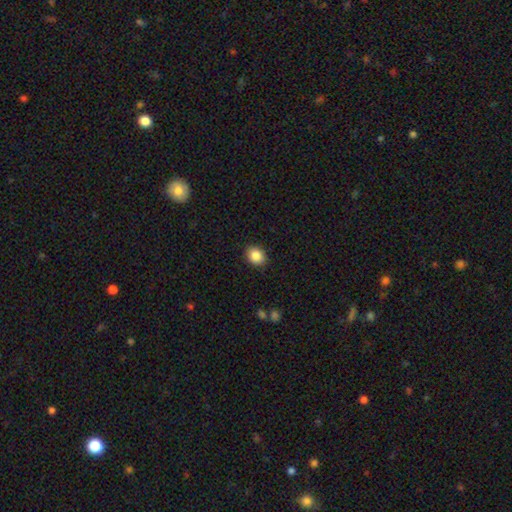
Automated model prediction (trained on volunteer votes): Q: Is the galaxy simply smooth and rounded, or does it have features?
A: smooth — 86%.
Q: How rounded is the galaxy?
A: round — 56%.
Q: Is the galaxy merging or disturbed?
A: none — 89%.